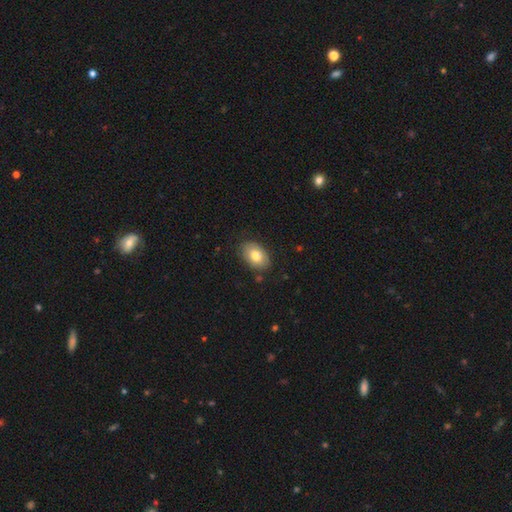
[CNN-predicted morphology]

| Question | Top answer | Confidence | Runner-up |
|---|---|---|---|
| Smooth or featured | smooth | 77% | featured or disk (16%) |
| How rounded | in between | 87% | round (12%) |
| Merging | none | 84% | minor disturbance (12%) |